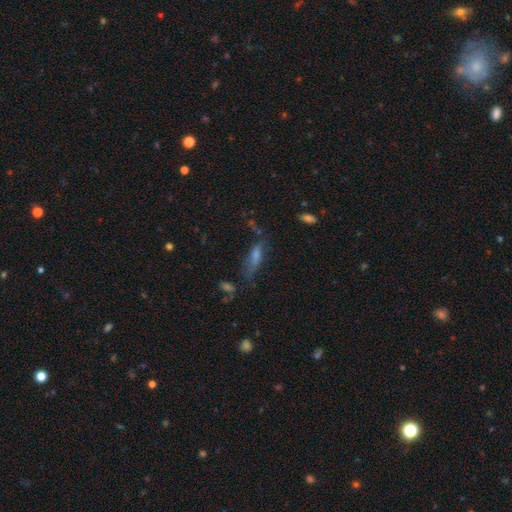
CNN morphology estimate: Overall: smooth (59%; featured or disk 26%). How rounded: in between (49%; cigar-shaped 48%). Merging: none (43%; minor disturbance 27%).